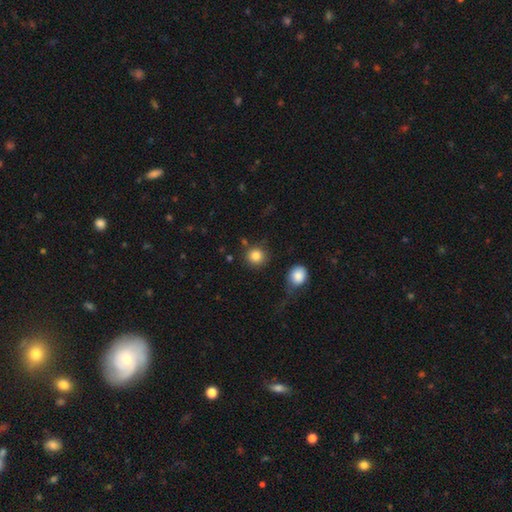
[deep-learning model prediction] This is clearly a smooth galaxy (84%). How rounded: clearly round (92%). Merging: clearly none (82%).